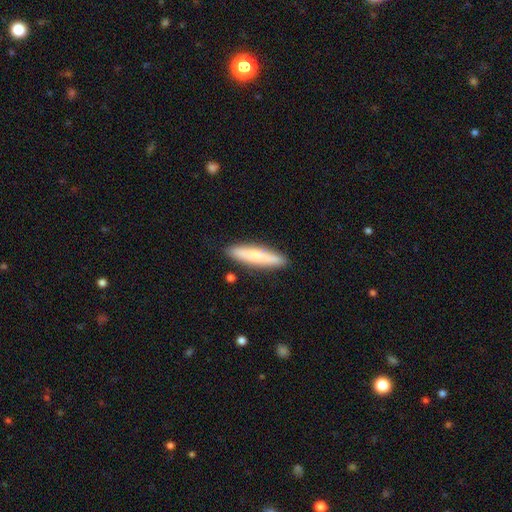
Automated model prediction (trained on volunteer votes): smooth-or-featured: smooth: 71% | featured or disk: 23% | star or artifact: 6%
  how-rounded: cigar-shaped: 87% | in between: 12% | round: 1%
  merging: none: 88% | minor disturbance: 8% | major disturbance: 2% | merger: 1%